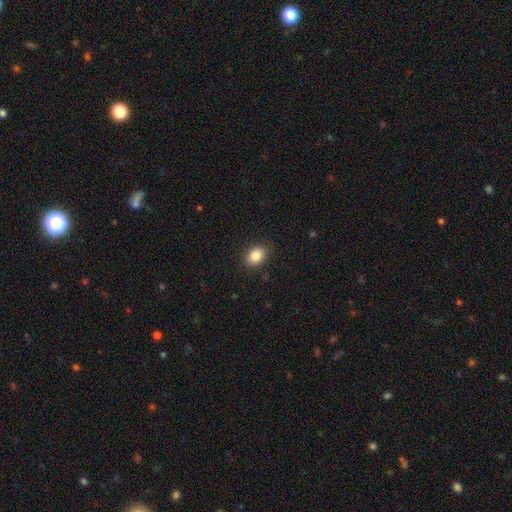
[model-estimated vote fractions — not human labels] Overall: smooth (85%). How rounded: in between (72%). Merging: none (86%).